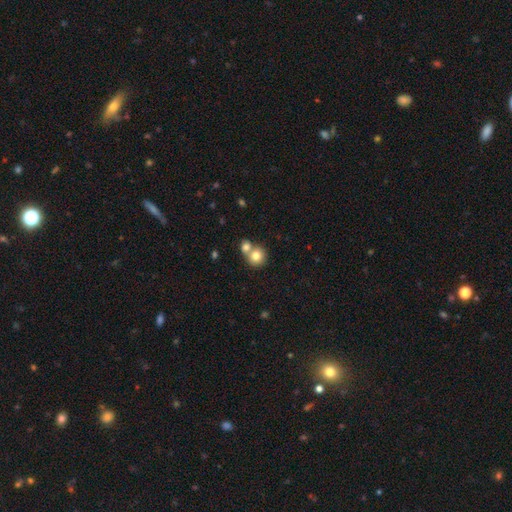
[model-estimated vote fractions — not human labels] Overall: smooth (79%). How rounded: round (85%). Merging: merger (50%; none 41%).